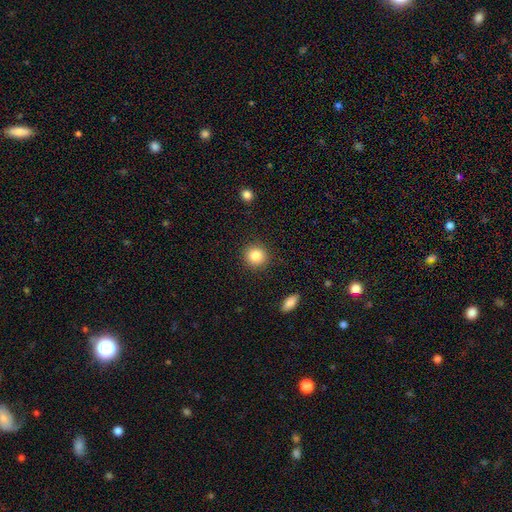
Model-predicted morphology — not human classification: Smooth or featured? smooth (83%)
How rounded? round (92%)
Merging? none (91%)